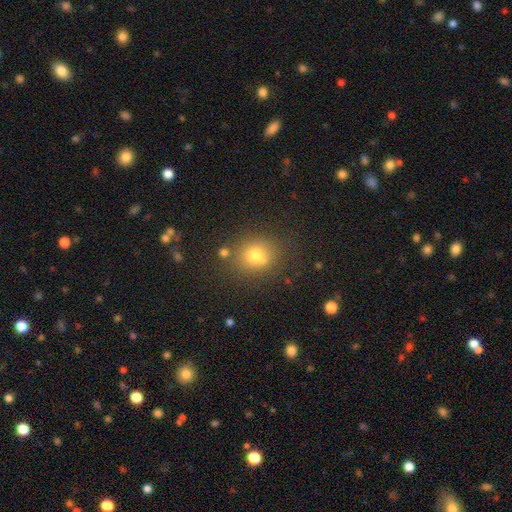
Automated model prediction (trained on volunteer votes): A smooth galaxy with no disk features (70%) that is round (74%).

Vote fractions:
- Smooth or featured? smooth: 70% / star or artifact: 17% / featured or disk: 13%
- How rounded? round: 74% / in between: 24% / cigar-shaped: 1%
- Merging? none: 65% / merger: 18% / minor disturbance: 12% / major disturbance: 4%